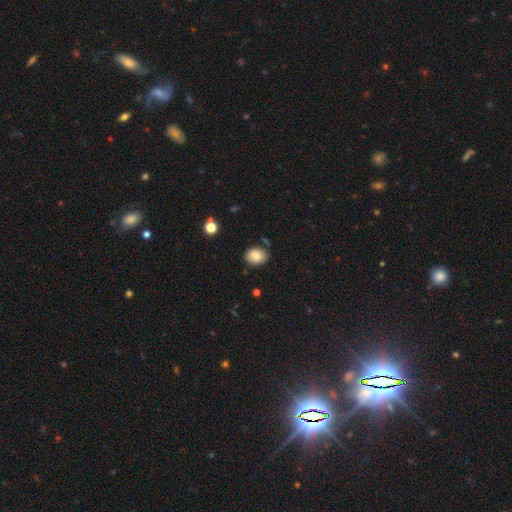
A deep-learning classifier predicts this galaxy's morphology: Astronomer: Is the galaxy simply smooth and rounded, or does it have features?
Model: smooth — 84%.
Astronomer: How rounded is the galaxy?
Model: in between — 55% (runner-up: round, 44%).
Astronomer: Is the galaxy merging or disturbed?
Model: none — 81%.